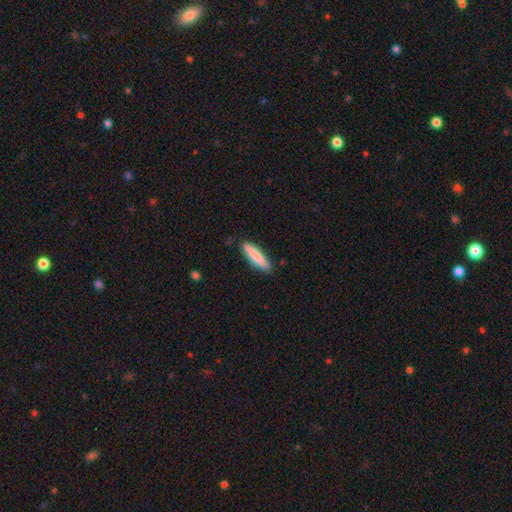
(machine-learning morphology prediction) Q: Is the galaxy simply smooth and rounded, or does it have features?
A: smooth — 83%.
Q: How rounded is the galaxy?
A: cigar-shaped — 79%.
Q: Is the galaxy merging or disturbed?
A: none — 86%.